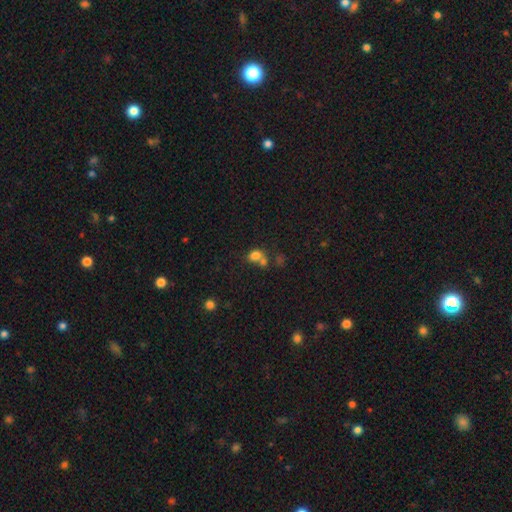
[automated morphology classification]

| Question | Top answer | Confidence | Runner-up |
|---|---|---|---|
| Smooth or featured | smooth | 76% | star or artifact (13%) |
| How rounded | in between | 52% | round (47%) |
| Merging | merger | 48% | none (36%) |